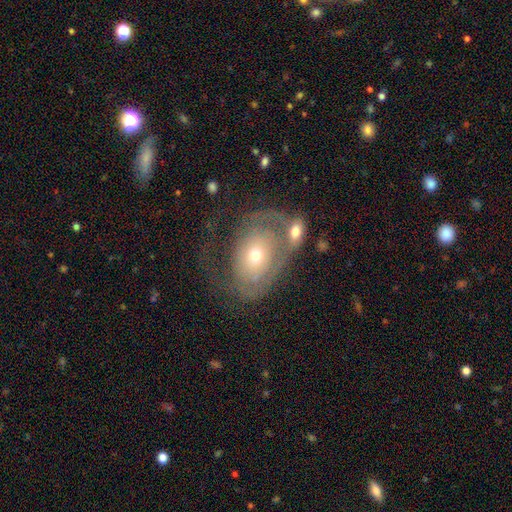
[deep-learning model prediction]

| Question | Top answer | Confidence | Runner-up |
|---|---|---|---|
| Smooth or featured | featured or disk | 60% | smooth (32%) |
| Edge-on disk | no | 94% | yes (6%) |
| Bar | no | 82% | weak (14%) |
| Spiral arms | yes | 57% | no (43%) |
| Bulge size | moderate | 48% | small (46%) |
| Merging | none | 30% | major disturbance (28%) |